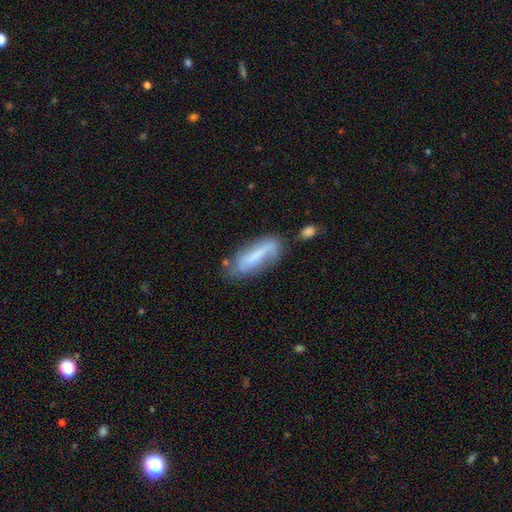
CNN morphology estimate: Smooth or featured? smooth (53%)
How rounded? in between (53%)
Merging? none (54%)